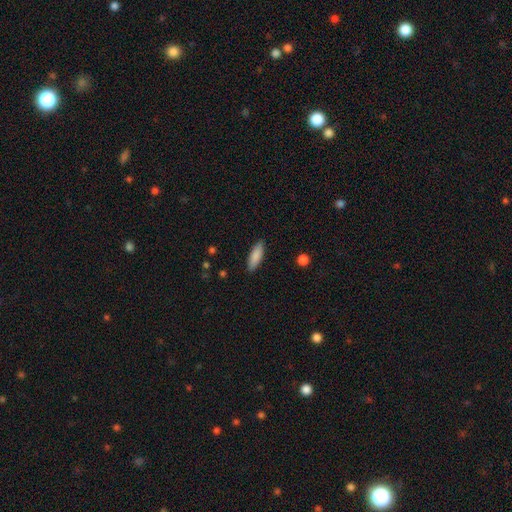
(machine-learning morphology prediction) smooth-or-featured: smooth: 86% | featured or disk: 8% | star or artifact: 6%
  how-rounded: in between: 52% | cigar-shaped: 46% | round: 2%
  merging: none: 88% | minor disturbance: 9% | major disturbance: 2% | merger: 1%